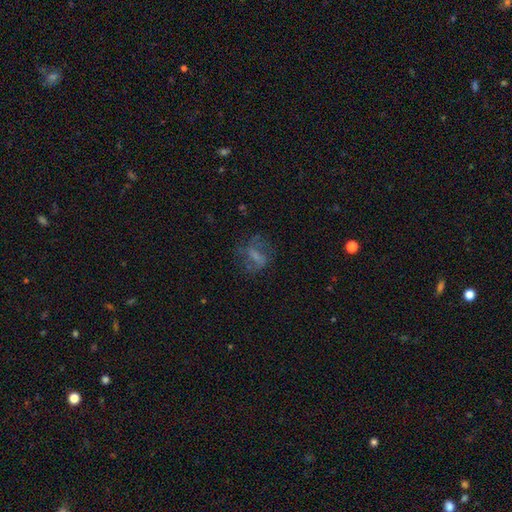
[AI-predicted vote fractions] A featured or disk galaxy (51%).

Vote fractions:
- Smooth or featured? featured or disk: 51% / smooth: 34% / star or artifact: 14%
- Edge-on disk? no: 94% / yes: 6%
- Merging? none: 57% / major disturbance: 22% / minor disturbance: 19% / merger: 2%